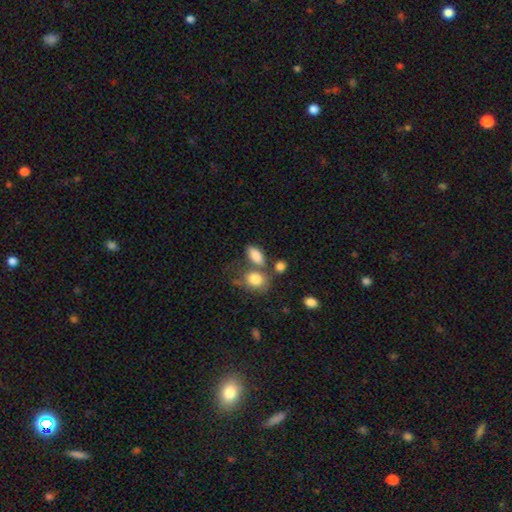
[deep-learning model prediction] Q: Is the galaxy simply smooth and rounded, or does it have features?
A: smooth — 83%.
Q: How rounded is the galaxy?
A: in between — 82%.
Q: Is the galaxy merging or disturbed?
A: none — 51%.